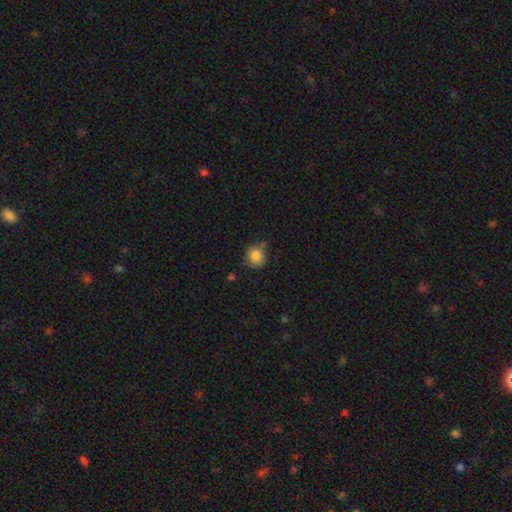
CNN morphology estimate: Smooth or featured? Predicted: smooth (p=0.84). How rounded? Predicted: round (p=0.84). Merging? Predicted: none (p=0.67).